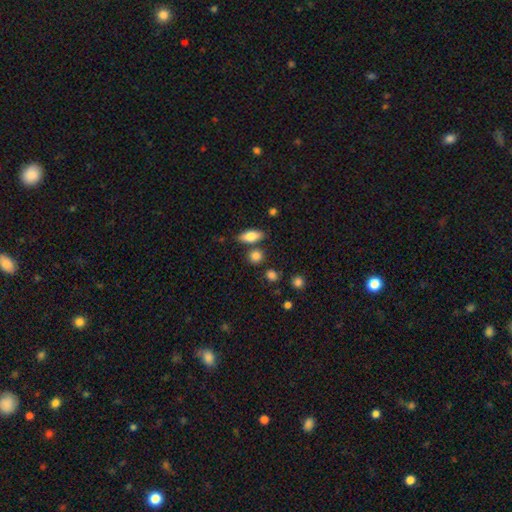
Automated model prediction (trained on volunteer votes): Overall: smooth (83%). How rounded: round (64%; in between 31%). Merging: none (75%).